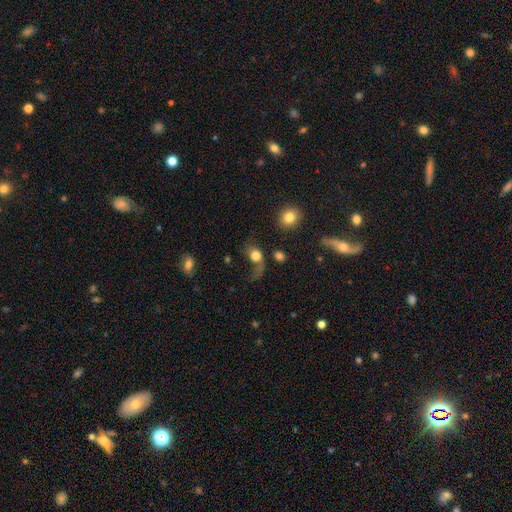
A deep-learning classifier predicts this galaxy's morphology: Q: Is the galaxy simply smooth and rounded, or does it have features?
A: smooth — 69%.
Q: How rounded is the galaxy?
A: round — 52%.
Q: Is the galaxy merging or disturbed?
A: major disturbance — 51%.